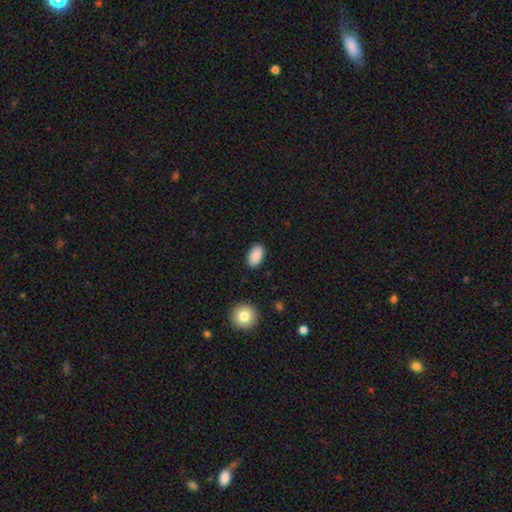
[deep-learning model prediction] A smooth galaxy with no disk features (89%) that is in between round and cigar-shaped (93%).

Vote fractions:
- Smooth or featured? smooth: 89% / star or artifact: 7% / featured or disk: 4%
- How rounded? in between: 93% / round: 5% / cigar-shaped: 2%
- Merging? none: 88% / minor disturbance: 9% / major disturbance: 2% / merger: 1%